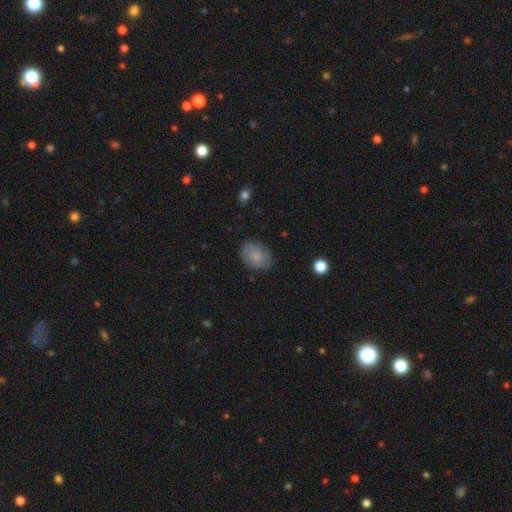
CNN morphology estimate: Smooth or featured: smooth — 76% (featured or disk — 17%)
How rounded: in between — 74% (round — 25%)
Merging: none — 81% (minor disturbance — 14%)